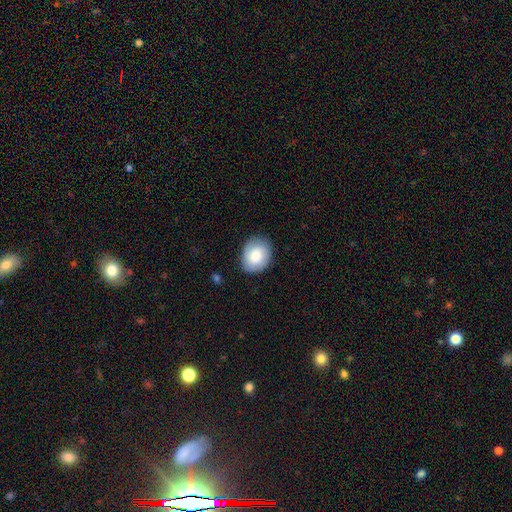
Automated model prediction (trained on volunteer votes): This is likely a smooth galaxy (72%). How rounded: possibly round (50%). Merging: clearly none (82%).